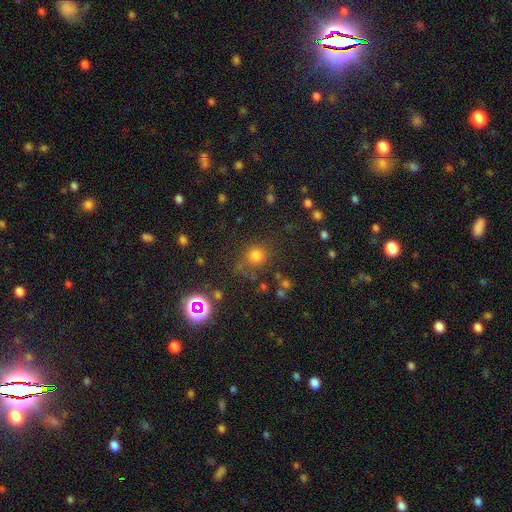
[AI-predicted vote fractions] smooth_or_featured: smooth (p=0.72) [alt: star or artifact p=0.22]
how_rounded: round (p=0.88) [alt: in between p=0.11]
merging: none (p=0.77) [alt: minor disturbance p=0.12]